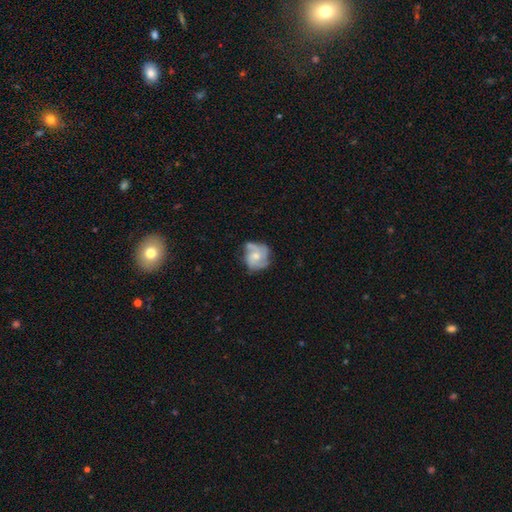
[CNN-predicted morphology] The model was most divided on "spiral winding": medium: 43%, tight: 42%, loose: 15%. Remaining: edge-on disk — no (98%); spiral arms — yes (89%); bar — no (74%); smooth or featured — featured or disk (71%); bulge size — moderate (57%); merging — none (56%); spiral arm count — 3 (50%).